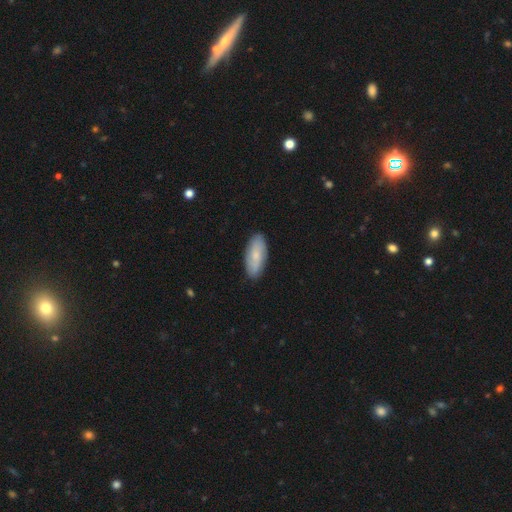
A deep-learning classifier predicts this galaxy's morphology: Overall: smooth (68%). How rounded: in between (82%). Merging: none (87%).